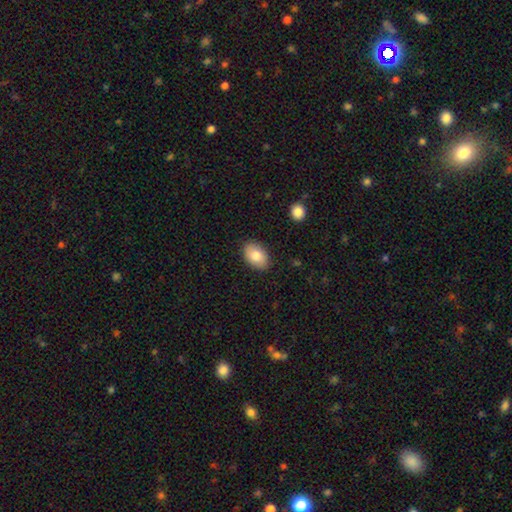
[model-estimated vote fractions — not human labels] A smooth galaxy with no disk features (81%) that is in between round and cigar-shaped (87%). Merging: none (87%).